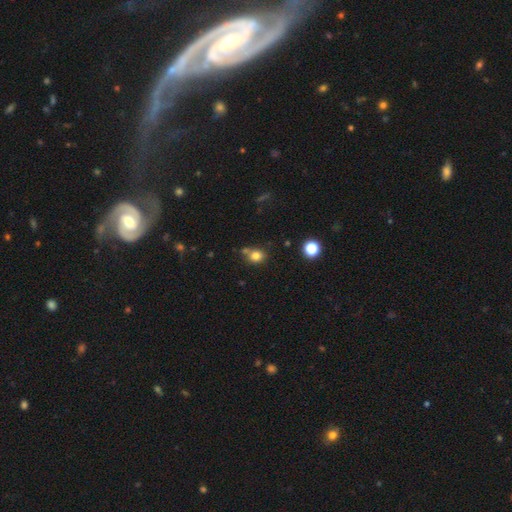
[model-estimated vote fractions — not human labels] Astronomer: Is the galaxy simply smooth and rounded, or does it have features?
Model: smooth — 80%.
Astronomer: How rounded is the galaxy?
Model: round — 70%.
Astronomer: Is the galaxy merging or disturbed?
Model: none — 61%.